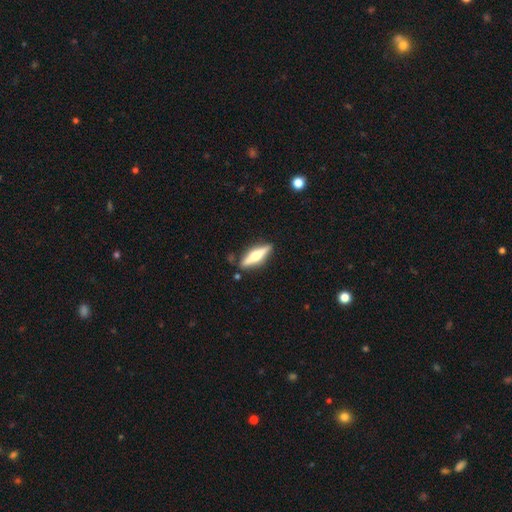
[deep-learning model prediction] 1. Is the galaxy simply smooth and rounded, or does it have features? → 63% featured or disk, 31% smooth, 5% star or artifact.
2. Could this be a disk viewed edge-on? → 96% yes, 4% no.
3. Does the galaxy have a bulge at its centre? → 91% rounded, 6% boxy, 3% none.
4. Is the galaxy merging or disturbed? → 87% none, 9% minor disturbance, 2% merger, 2% major disturbance.